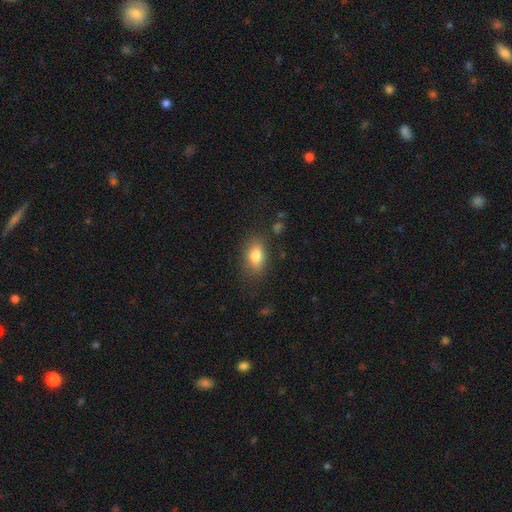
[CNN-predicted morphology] Smooth or featured?
  - smooth: 80% *
  - featured or disk: 12%
  - star or artifact: 9%
How rounded?
  - in between: 85% *
  - round: 10%
  - cigar-shaped: 4%
Merging?
  - none: 79% *
  - minor disturbance: 15%
  - major disturbance: 5%
  - merger: 2%